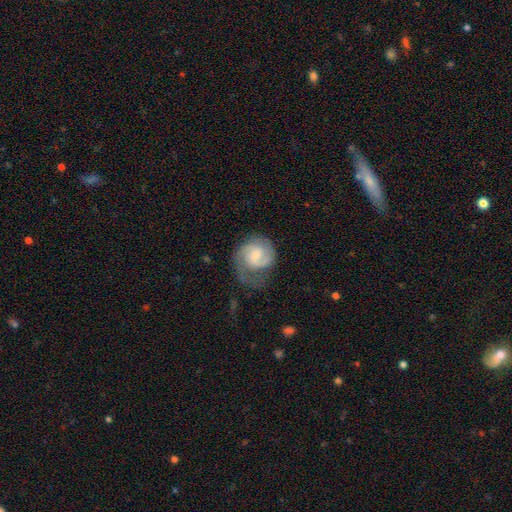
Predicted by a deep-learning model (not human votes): Smooth or featured?
  - featured or disk: 68% *
  - smooth: 26%
  - star or artifact: 6%
Edge-on disk?
  - no: 98% *
  - yes: 2%
Bar?
  - no: 48% *
  - weak: 45%
  - strong: 7%
Spiral arms?
  - yes: 92% *
  - no: 8%
Spiral winding?
  - medium: 44% *
  - tight: 36%
  - loose: 20%
Spiral arm count?
  - 2: 58% *
  - 1: 23%
  - can't tell: 12%
  - 3: 4%
  - 4: 1%
  - more than 4: 1%
Bulge size?
  - small: 48% *
  - moderate: 35%
  - none: 10%
  - large: 5%
  - dominant: 1%
Merging?
  - none: 39% *
  - major disturbance: 32%
  - minor disturbance: 27%
  - merger: 2%